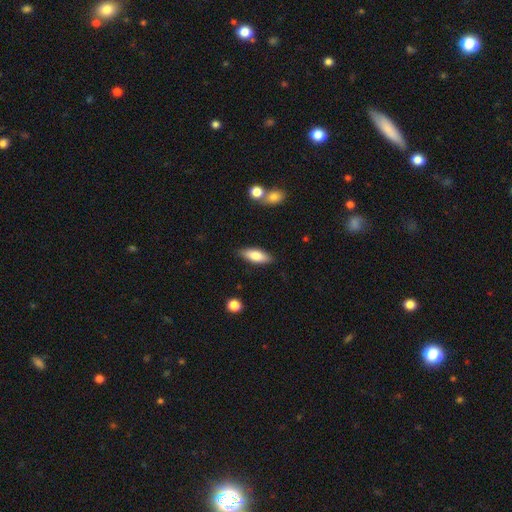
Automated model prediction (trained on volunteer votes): The model was most divided on "how rounded": in between: 66%, cigar-shaped: 32%, round: 2%. More confident: merging — none (86%); smooth or featured — smooth (76%).